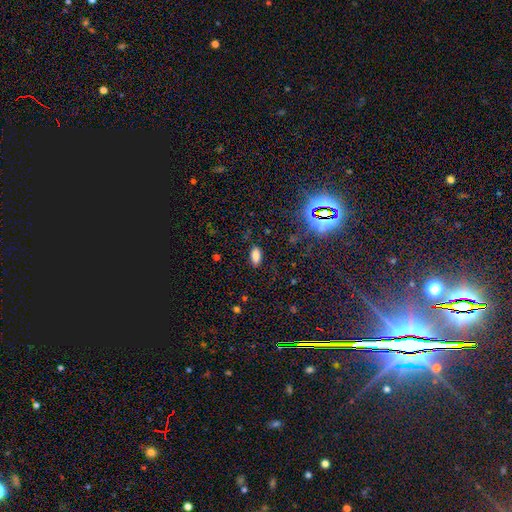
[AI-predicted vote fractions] A smooth galaxy with no disk features (78%) that is in between round and cigar-shaped (90%).

Vote fractions:
- Smooth or featured? smooth: 78% / star or artifact: 14% / featured or disk: 7%
- How rounded? in between: 90% / cigar-shaped: 6% / round: 4%
- Merging? none: 85% / minor disturbance: 11% / major disturbance: 3% / merger: 1%